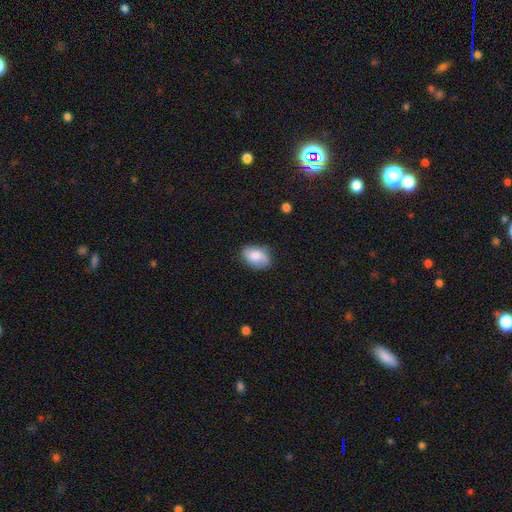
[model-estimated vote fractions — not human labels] Smooth or featured?
  - smooth: 76% *
  - featured or disk: 17%
  - star or artifact: 7%
How rounded?
  - in between: 86% *
  - round: 12%
  - cigar-shaped: 1%
Merging?
  - none: 76% *
  - minor disturbance: 19%
  - major disturbance: 4%
  - merger: 1%